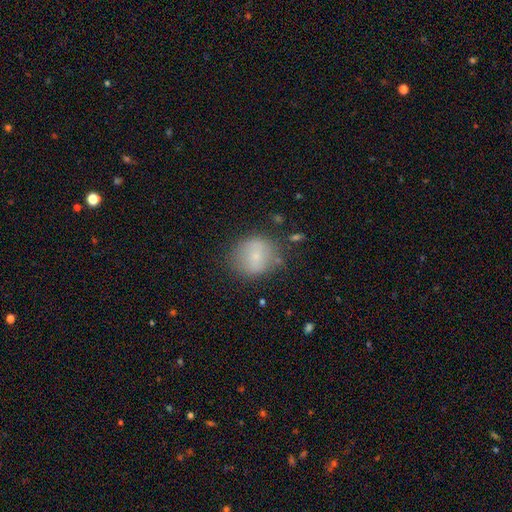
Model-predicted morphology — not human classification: A smooth galaxy with no disk features (70%) that is round (80%). Merging: none (70%).